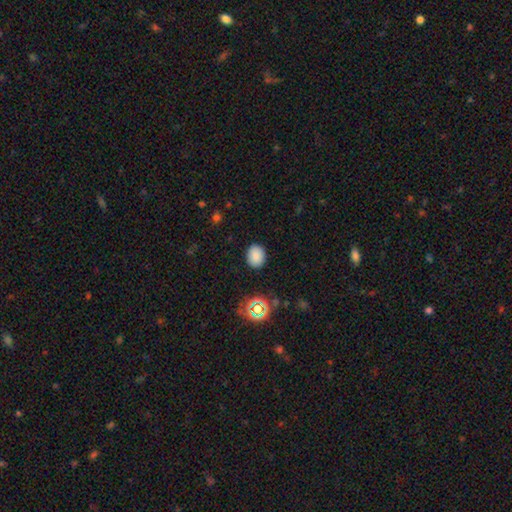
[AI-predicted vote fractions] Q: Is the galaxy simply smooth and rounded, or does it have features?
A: smooth — 82%.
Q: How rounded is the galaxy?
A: round — 50%.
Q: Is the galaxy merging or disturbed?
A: none — 87%.